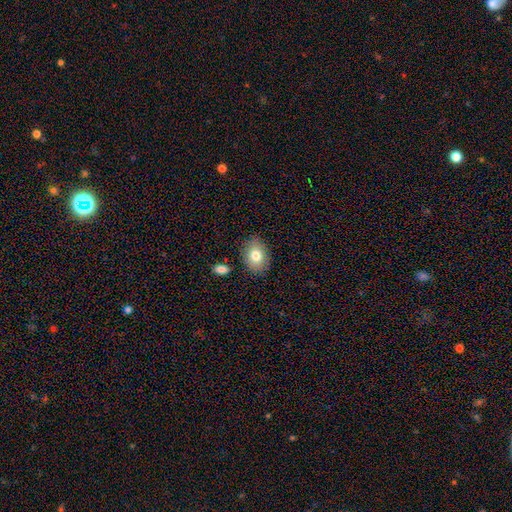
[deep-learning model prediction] This appears to be a smooth galaxy with no disk features (80%) that is in between round and cigar-shaped (74%). Merging: none (83%).